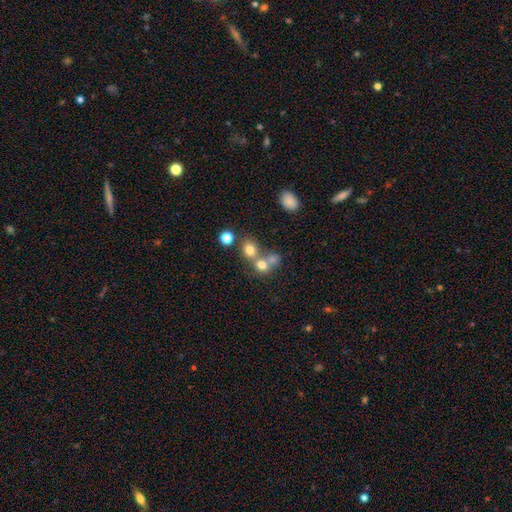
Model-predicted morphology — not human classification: Overall: smooth (55%; star or artifact 24%). How rounded: round (74%). Merging: merger (53%; none 37%).